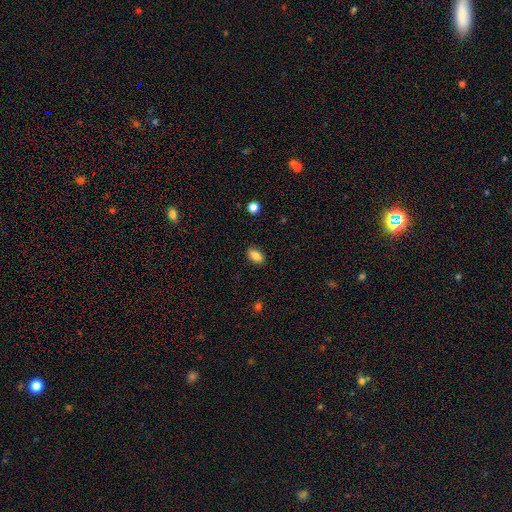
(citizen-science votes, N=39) A smooth galaxy with no disk features (90%) that is in between round and cigar-shaped (91%). Merging: none (82%).